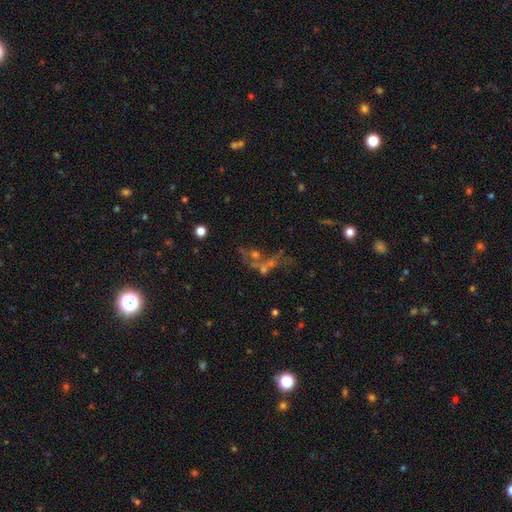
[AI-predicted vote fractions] A star or artifact, not a galaxy (38%).

Vote fractions:
- Smooth or featured? star or artifact: 38% / featured or disk: 36% / smooth: 26%